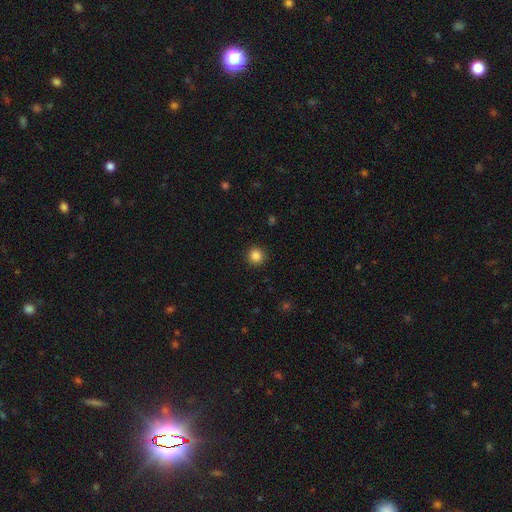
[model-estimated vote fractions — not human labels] Smooth or featured? smooth (86%)
How rounded? round (94%)
Merging? none (92%)